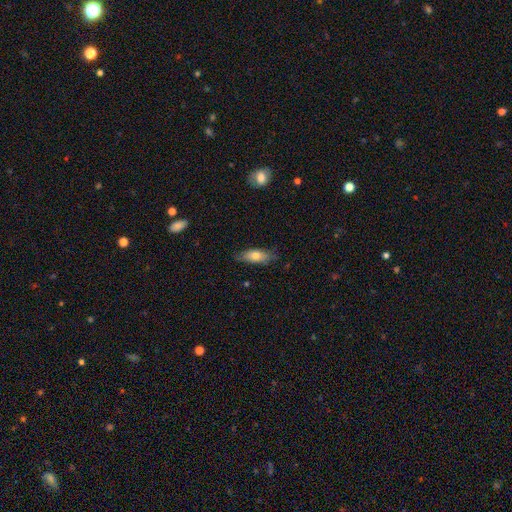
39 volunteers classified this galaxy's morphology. Volunteers were most divided on "smooth or featured": smooth: 69%, featured or disk: 26%, star or artifact: 5%. More confident: merging — none (86%); how rounded — in between (81%).